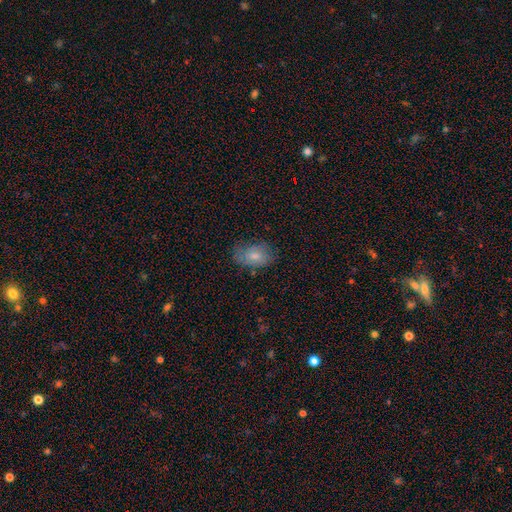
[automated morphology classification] Overall: smooth (62%; featured or disk 25%). How rounded: in between (85%). Merging: none (73%).